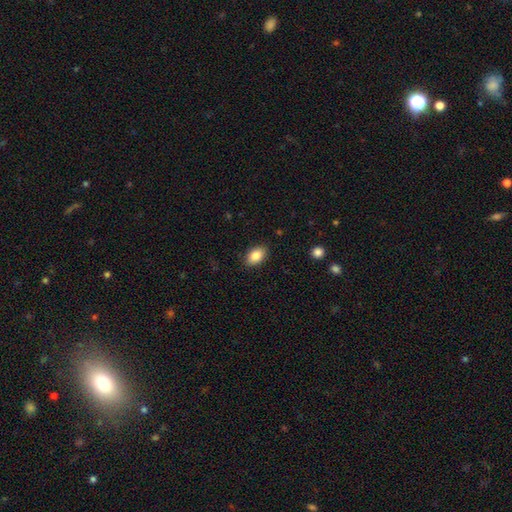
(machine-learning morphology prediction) smooth 86%, star or artifact 7%, featured or disk 6%. Down the decision tree: how rounded — in between (91%); merging — none (88%).